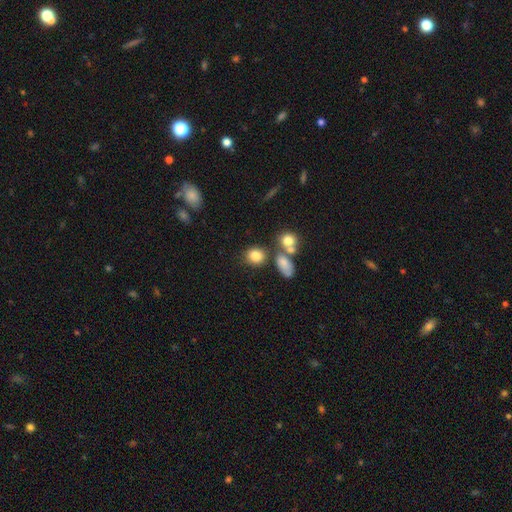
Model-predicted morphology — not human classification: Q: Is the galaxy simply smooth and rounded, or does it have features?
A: smooth — 81%.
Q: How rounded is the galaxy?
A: round — 65%.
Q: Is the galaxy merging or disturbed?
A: none — 68%.